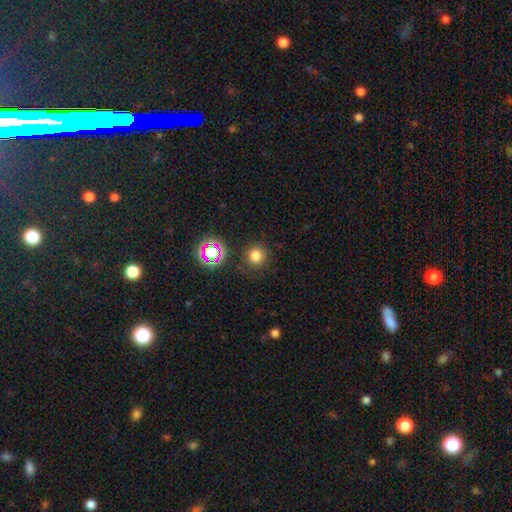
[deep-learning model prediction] smooth-or-featured: smooth: 74% | star or artifact: 19% | featured or disk: 6%
  how-rounded: round: 94% | in between: 5% | cigar-shaped: 1%
  merging: none: 87% | minor disturbance: 7% | major disturbance: 3% | merger: 2%